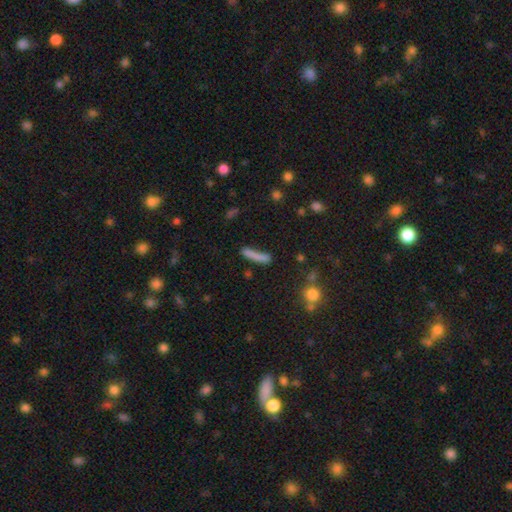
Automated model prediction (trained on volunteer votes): Morphology: type=smooth (75%); roundness=cigar-shaped (87%); merging=none (61%).